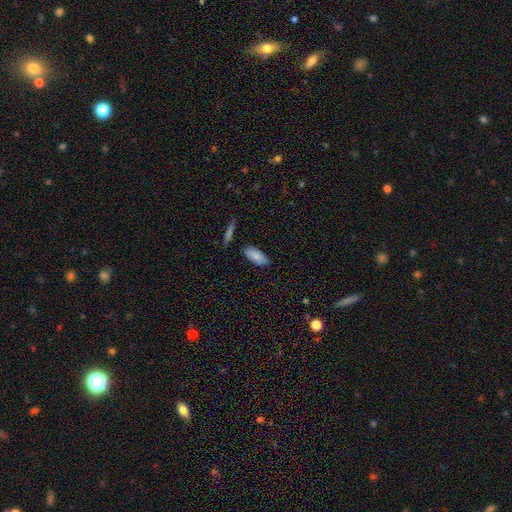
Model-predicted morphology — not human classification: smooth 84%, featured or disk 9%, star or artifact 6%. Down the decision tree: how rounded — in between (87%); merging — none (82%).